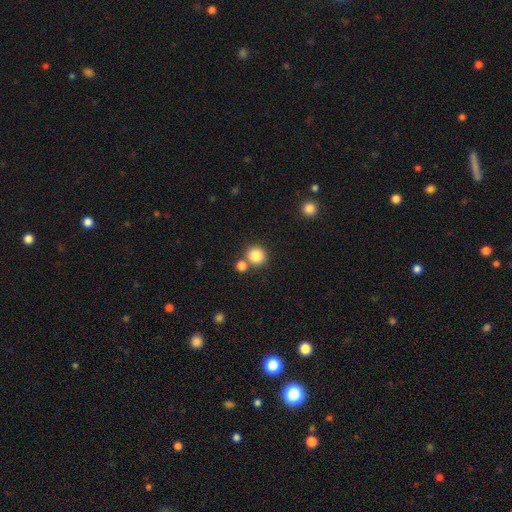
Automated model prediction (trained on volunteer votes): A smooth galaxy with no disk features (84%) that is round (90%).

Vote fractions:
- Smooth or featured? smooth: 84% / star or artifact: 11% / featured or disk: 5%
- How rounded? round: 90% / in between: 9% / cigar-shaped: 1%
- Merging? none: 71% / merger: 19% / minor disturbance: 7% / major disturbance: 2%